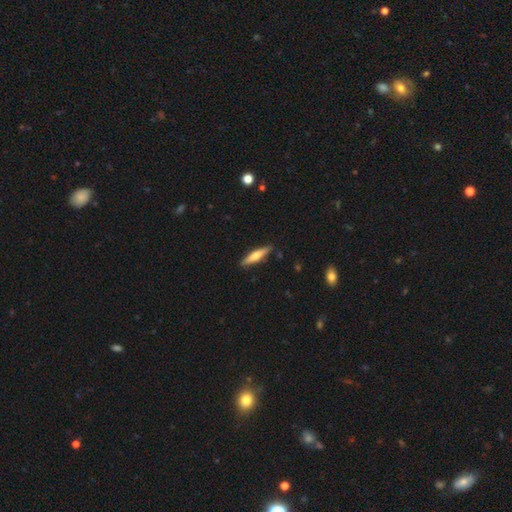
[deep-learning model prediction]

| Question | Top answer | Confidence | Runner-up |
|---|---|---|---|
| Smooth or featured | smooth | 51% | featured or disk (44%) |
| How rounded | cigar-shaped | 82% | in between (17%) |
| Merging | none | 88% | minor disturbance (9%) |